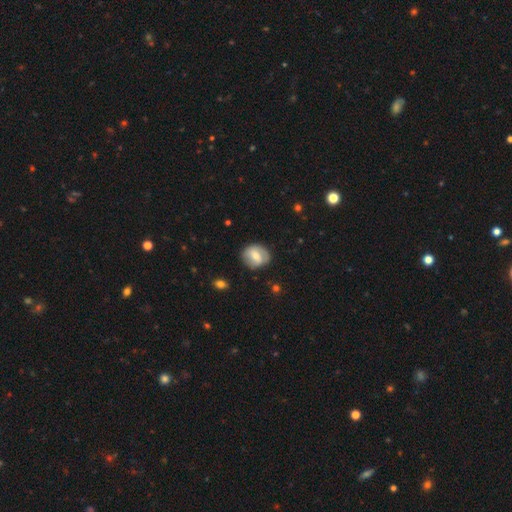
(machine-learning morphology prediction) This is possibly a smooth galaxy (55%). How rounded: likely round (73%). Merging: likely none (79%).